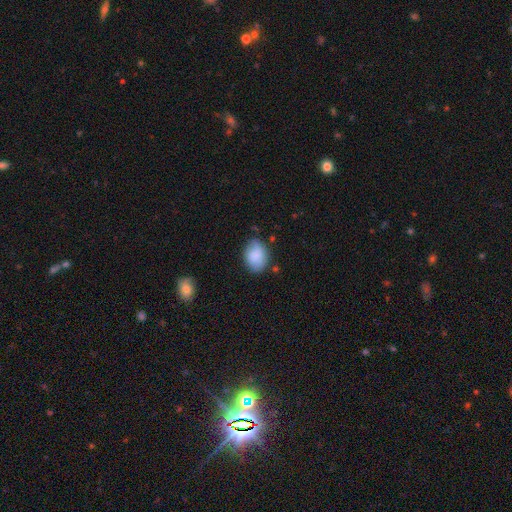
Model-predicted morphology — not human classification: Q: Smooth or featured?
A: smooth (85%); runner-up: featured or disk (8%)
Q: How rounded?
A: in between (73%); runner-up: round (26%)
Q: Merging?
A: none (71%); runner-up: minor disturbance (21%)